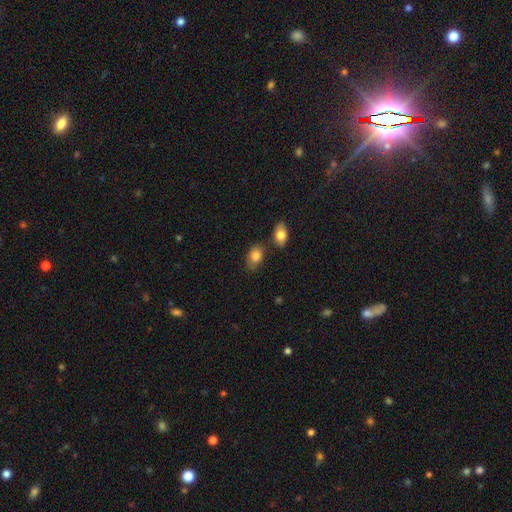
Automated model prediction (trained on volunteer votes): smooth_or_featured: smooth (p=0.83) [alt: featured or disk p=0.09]
how_rounded: in between (p=0.83) [alt: round p=0.16]
merging: none (p=0.65) [alt: minor disturbance p=0.17]